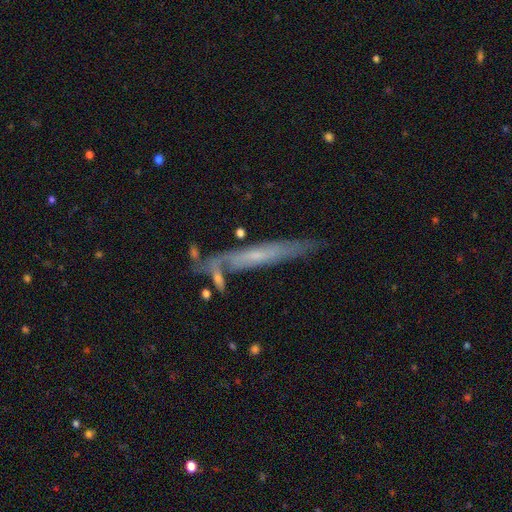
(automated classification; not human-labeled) Overall: featured or disk (65%). Edge-on disk: yes (70%). Merging: none (63%).